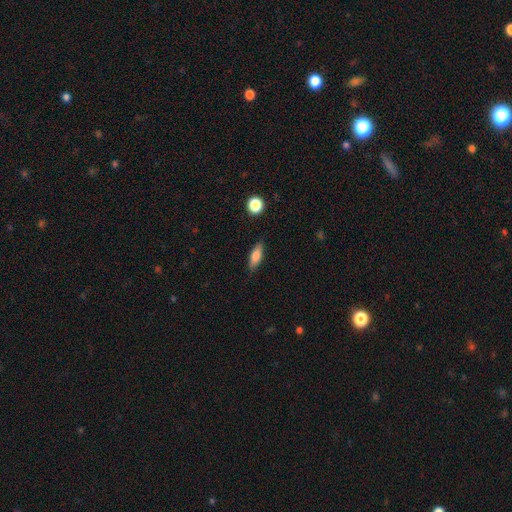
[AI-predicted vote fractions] A smooth galaxy with no disk features (74%) that is in between round and cigar-shaped (62%).

Vote fractions:
- Smooth or featured? smooth: 74% / featured or disk: 19% / star or artifact: 8%
- How rounded? in between: 62% / cigar-shaped: 34% / round: 4%
- Merging? none: 84% / minor disturbance: 12% / major disturbance: 2% / merger: 2%